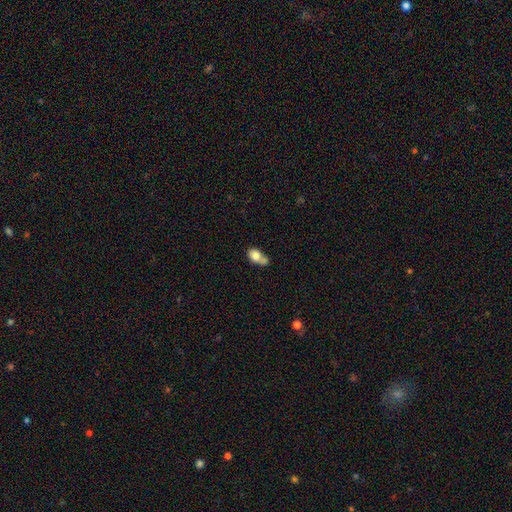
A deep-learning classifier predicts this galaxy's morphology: Overall: smooth (74%). How rounded: in between (74%). Merging: merger (46%; none 25%).